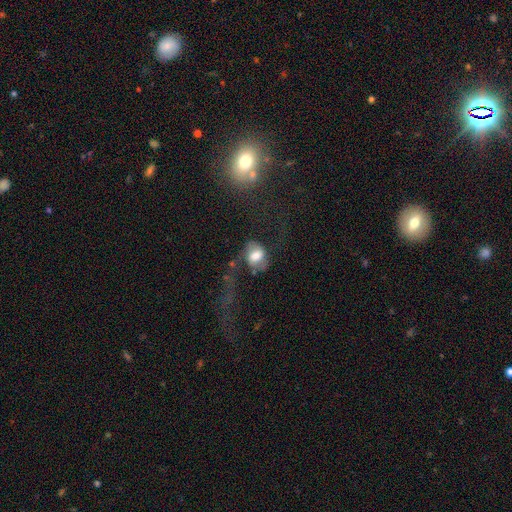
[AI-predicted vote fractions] Overall: smooth (50%; featured or disk 40%). How rounded: in between (66%; round 32%). Merging: major disturbance (39%; none 34%).